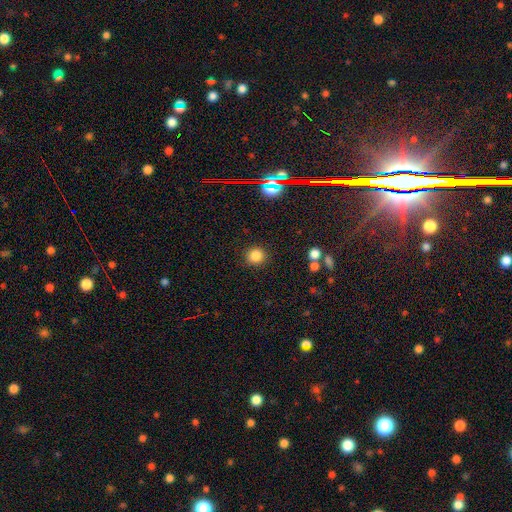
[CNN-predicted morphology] Smooth or featured? Predicted: smooth (p=0.81). How rounded? Predicted: round (p=0.91). Merging? Predicted: none (p=0.89).